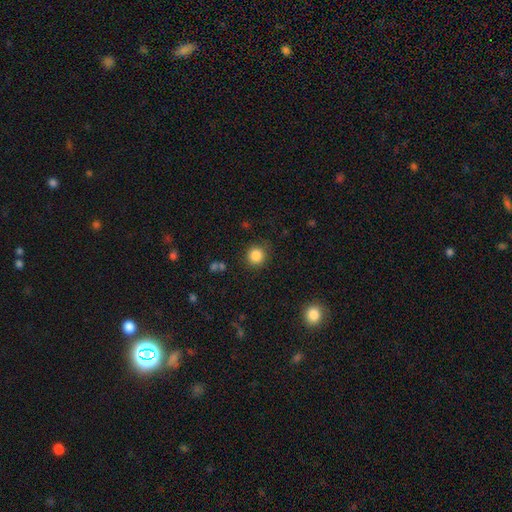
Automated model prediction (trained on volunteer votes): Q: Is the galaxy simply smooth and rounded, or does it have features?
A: smooth — 85%.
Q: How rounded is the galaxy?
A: round — 91%.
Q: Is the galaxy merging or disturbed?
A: none — 87%.